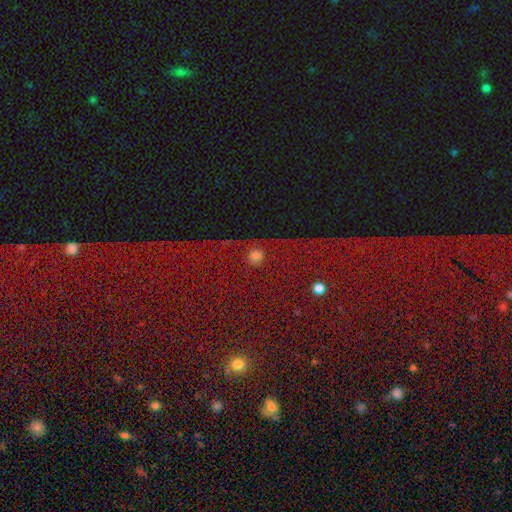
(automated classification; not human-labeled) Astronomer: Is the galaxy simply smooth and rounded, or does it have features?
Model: smooth — 51% (runner-up: star or artifact, 38%).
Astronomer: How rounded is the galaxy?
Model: round — 92%.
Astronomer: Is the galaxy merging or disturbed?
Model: none — 73%.